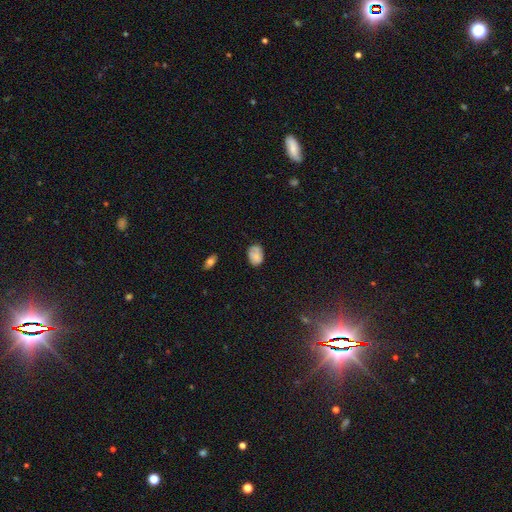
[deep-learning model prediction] smooth-or-featured: smooth: 76% | featured or disk: 14% | star or artifact: 9%
  how-rounded: in between: 78% | round: 21% | cigar-shaped: 1%
  merging: none: 65% | minor disturbance: 27% | major disturbance: 6% | merger: 2%